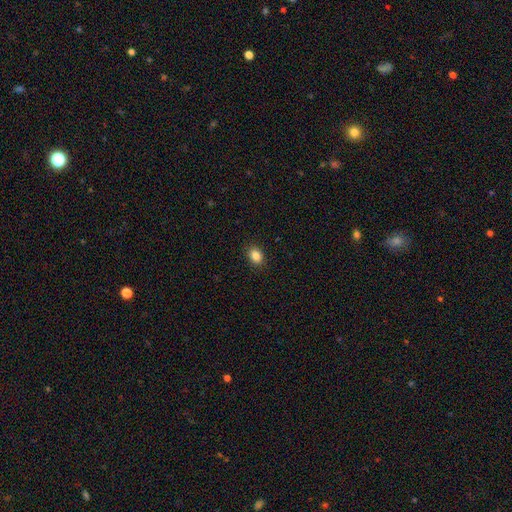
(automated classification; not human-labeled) Smooth or featured? smooth (86%)
How rounded? in between (65%)
Merging? none (90%)